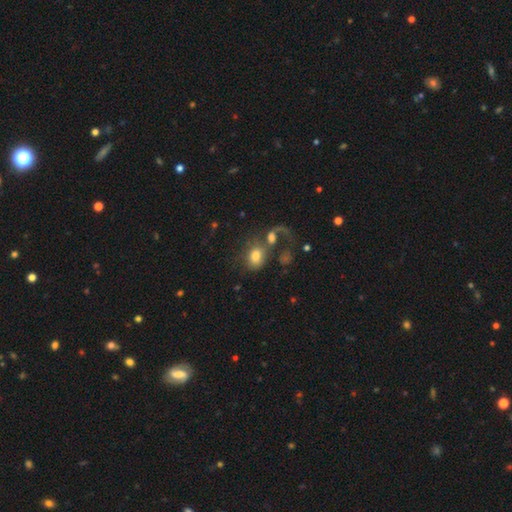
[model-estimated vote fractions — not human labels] smooth_or_featured: smooth (p=0.67) [alt: featured or disk p=0.23]
how_rounded: in between (p=0.61) [alt: round p=0.38]
merging: merger (p=0.44) [alt: none p=0.26]